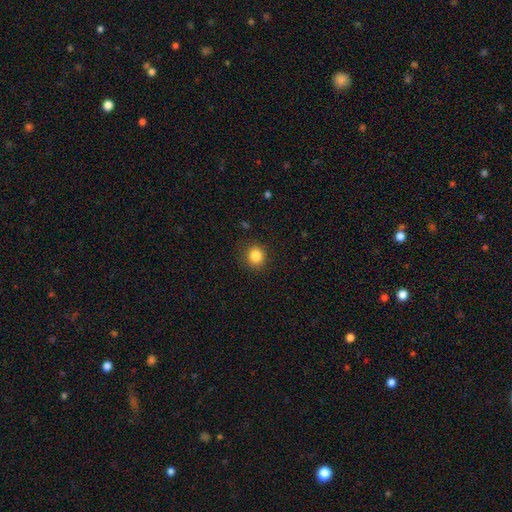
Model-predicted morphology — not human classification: type=smooth (84%); roundness=round (87%); merging=none (89%).